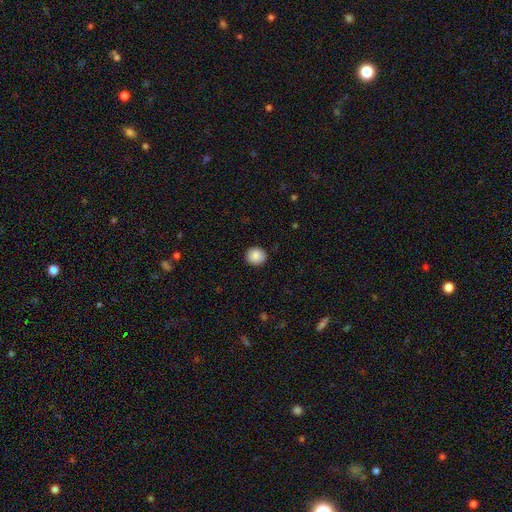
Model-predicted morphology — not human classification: smooth_or_featured: smooth (p=0.88) [alt: star or artifact p=0.08]
how_rounded: round (p=0.86) [alt: in between p=0.13]
merging: none (p=0.90) [alt: minor disturbance p=0.07]